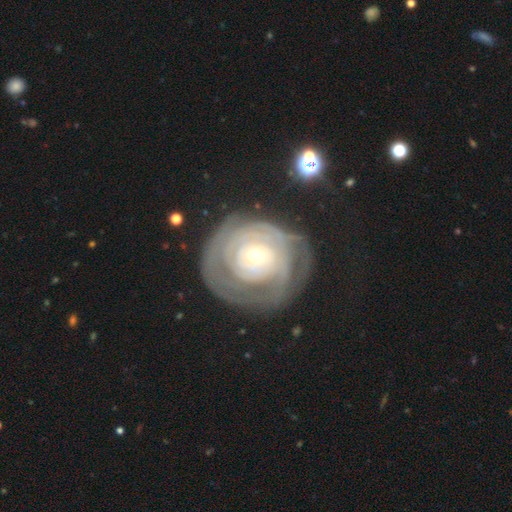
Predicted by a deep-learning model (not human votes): This is likely a featured or disk galaxy (80%). It is clearly not viewed edge-on (97%). Bar: clearly no (80%). Spiral arm pattern: clearly yes (82%). Spiral arm count: possibly can't tell (51%). Spiral winding: clearly tight (82%). Central bulge: likely small (65%). Merging: likely none (65%).